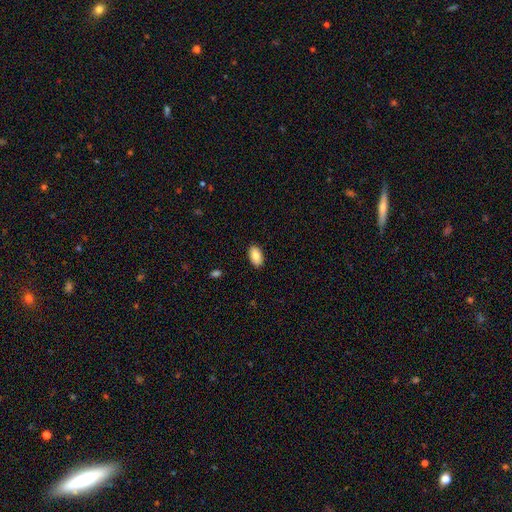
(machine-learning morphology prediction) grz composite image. It shows a smooth galaxy with no disk features (87%) that is in between round and cigar-shaped (94%). Merging: none (89%).